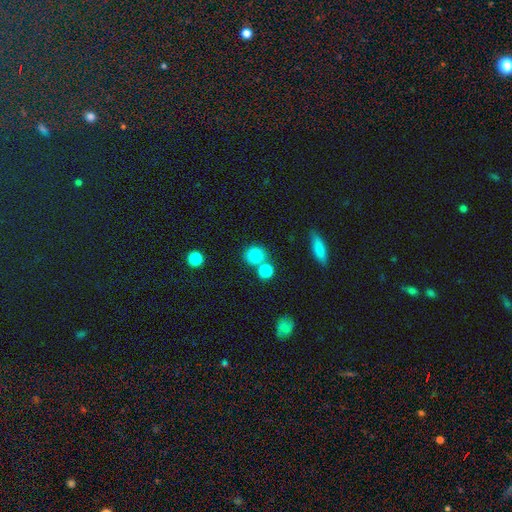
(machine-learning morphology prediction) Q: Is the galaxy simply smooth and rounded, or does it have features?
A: smooth — 81%.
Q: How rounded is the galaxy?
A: round — 84%.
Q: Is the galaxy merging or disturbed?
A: none — 63%.